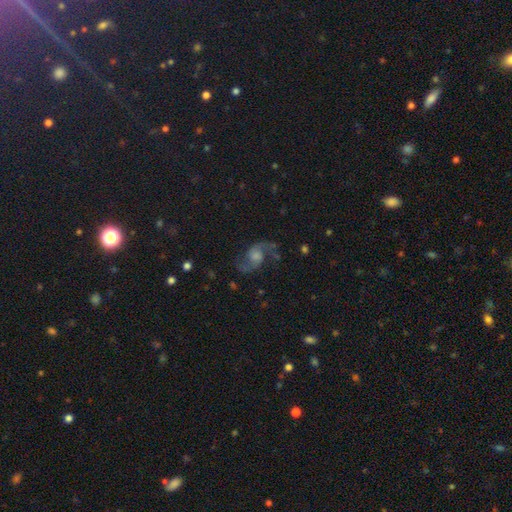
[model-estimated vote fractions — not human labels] featured or disk 85%, star or artifact 8%, smooth 7%. Down the decision tree: edge-on disk — no (97%); bar — no (57%); spiral arms — yes (97%); spiral arm count — 2 (93%); spiral winding — loose (60%); bulge size — moderate (34%); merging — none (74%).